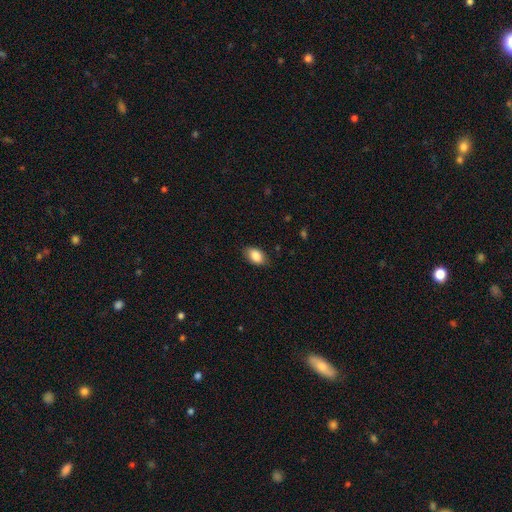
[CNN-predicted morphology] Smooth or featured?
  - smooth: 86% *
  - star or artifact: 7%
  - featured or disk: 6%
How rounded?
  - in between: 89% *
  - round: 9%
  - cigar-shaped: 2%
Merging?
  - none: 82% *
  - minor disturbance: 14%
  - major disturbance: 3%
  - merger: 1%